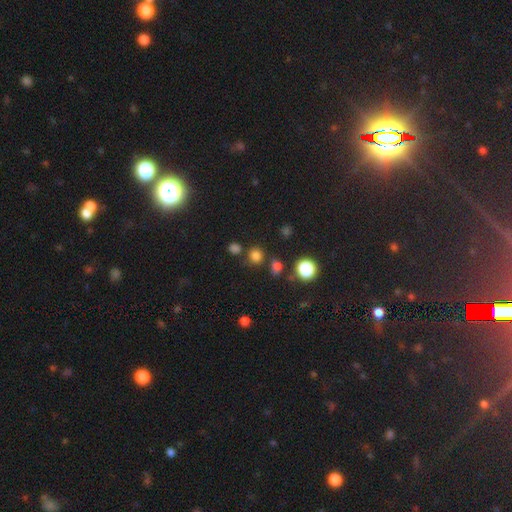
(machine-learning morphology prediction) smooth-or-featured: smooth: 75% | star or artifact: 20% | featured or disk: 5%
  how-rounded: round: 85% | in between: 14% | cigar-shaped: 1%
  merging: none: 76% | merger: 10% | minor disturbance: 10% | major disturbance: 4%